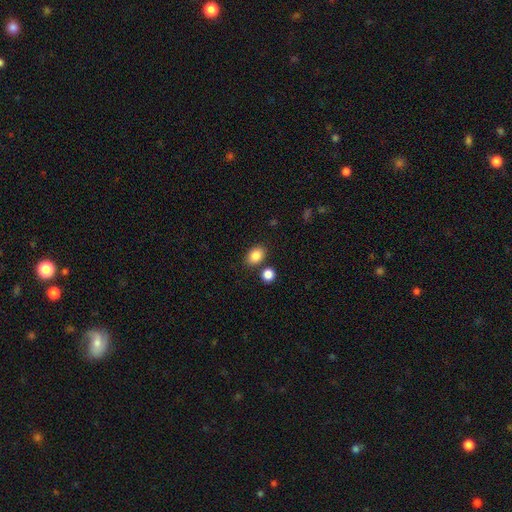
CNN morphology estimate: smooth 85%, star or artifact 9%, featured or disk 5%. Down the decision tree: how rounded — in between (69%); merging — none (78%).